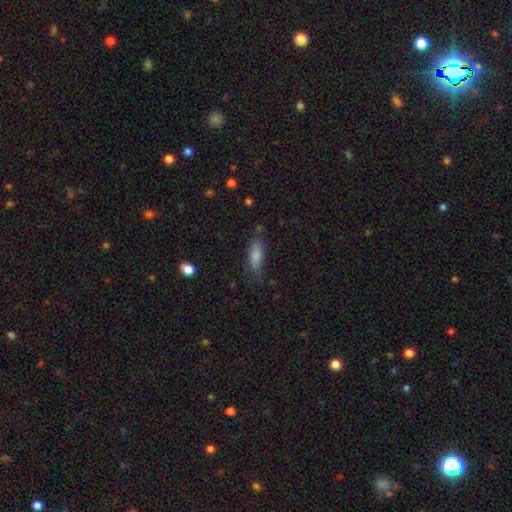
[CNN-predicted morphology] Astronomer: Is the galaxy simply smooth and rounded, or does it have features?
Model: smooth — 82%.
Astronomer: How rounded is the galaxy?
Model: in between — 64%.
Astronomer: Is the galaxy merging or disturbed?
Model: none — 65%.